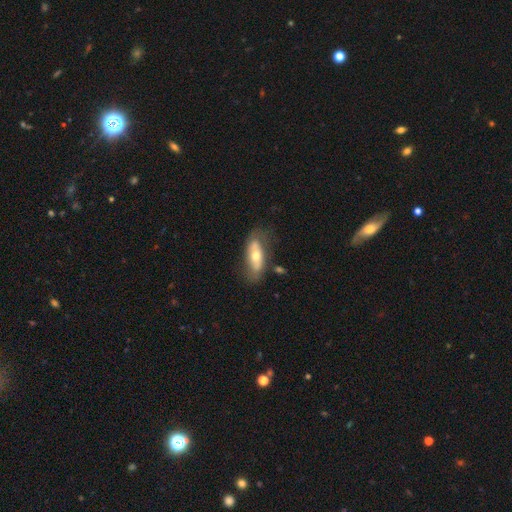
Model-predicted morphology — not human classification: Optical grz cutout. It shows a smooth galaxy with no disk features (47%, tied with featured or disk). Merging: none (64%).